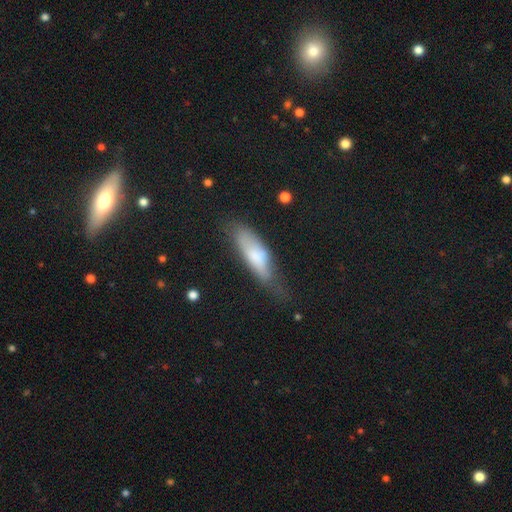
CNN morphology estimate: Smooth or featured?
  - smooth: 67% *
  - featured or disk: 26%
  - star or artifact: 7%
How rounded?
  - cigar-shaped: 51% *
  - in between: 47%
  - round: 2%
Merging?
  - none: 47% *
  - minor disturbance: 33%
  - major disturbance: 17%
  - merger: 3%